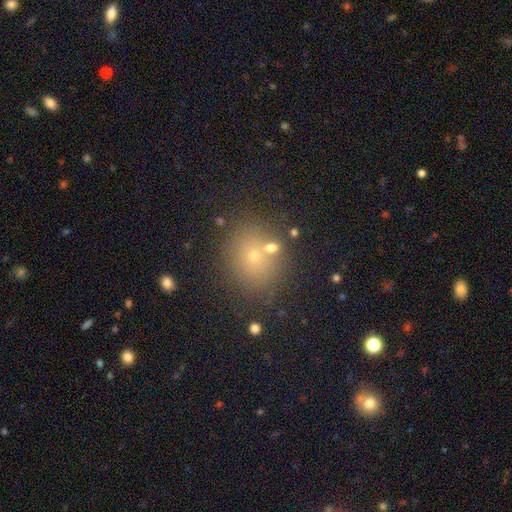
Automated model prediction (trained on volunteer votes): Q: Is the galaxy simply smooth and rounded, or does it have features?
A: smooth — 62%.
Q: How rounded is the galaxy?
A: round — 77%.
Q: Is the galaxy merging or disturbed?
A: none — 71%.